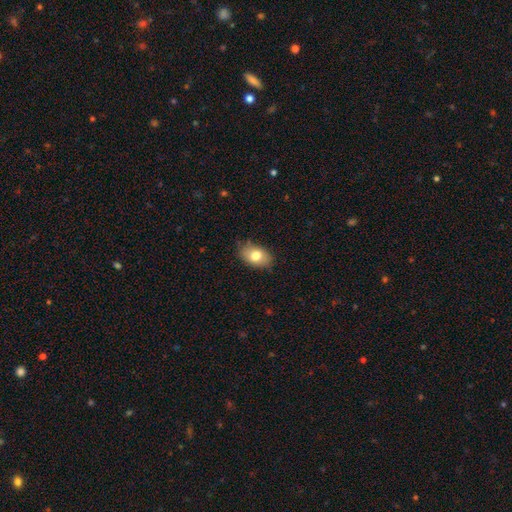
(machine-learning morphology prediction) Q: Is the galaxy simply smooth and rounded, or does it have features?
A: smooth — 77%.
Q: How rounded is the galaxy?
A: in between — 86%.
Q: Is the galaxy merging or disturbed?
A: none — 80%.